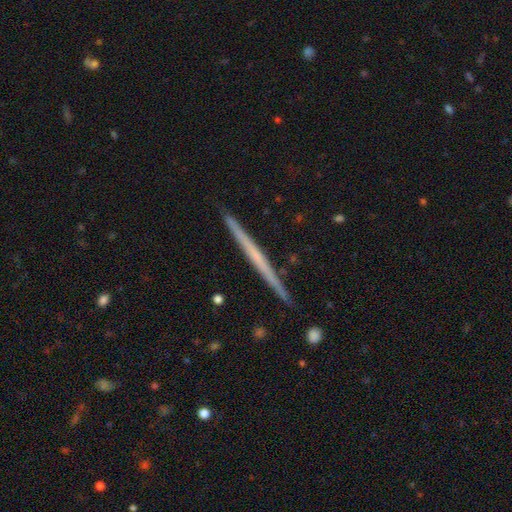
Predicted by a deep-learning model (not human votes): Morphology: type=featured or disk (61%); edge-on=yes (98%); edge-on bulge=none (87%); merging=none (92%).